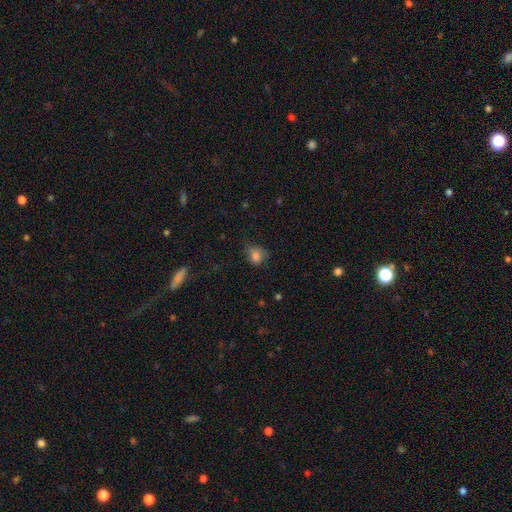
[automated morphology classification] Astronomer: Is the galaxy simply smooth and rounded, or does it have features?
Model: smooth — 80%.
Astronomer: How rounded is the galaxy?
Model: round — 61% (runner-up: in between, 38%).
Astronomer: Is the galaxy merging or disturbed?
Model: none — 59%.